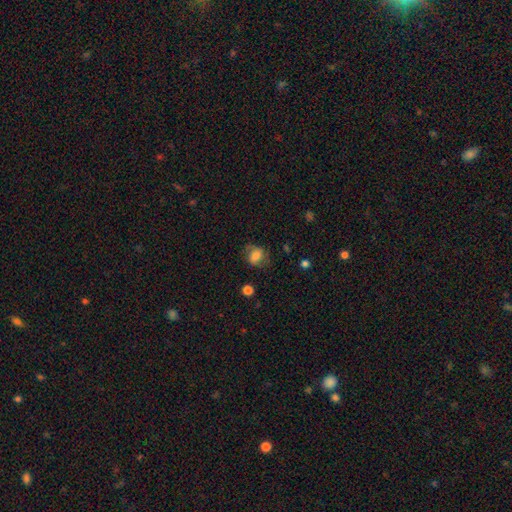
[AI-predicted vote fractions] Morphology: type=smooth (70%); roundness=in between (53%); merging=none (61%).